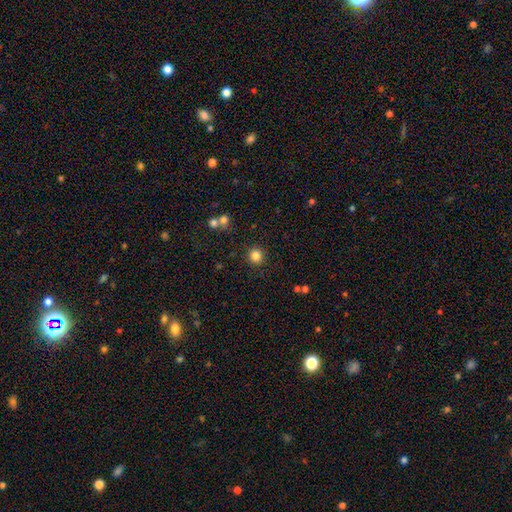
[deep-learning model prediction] Overall: smooth (83%). How rounded: round (94%). Merging: none (89%).